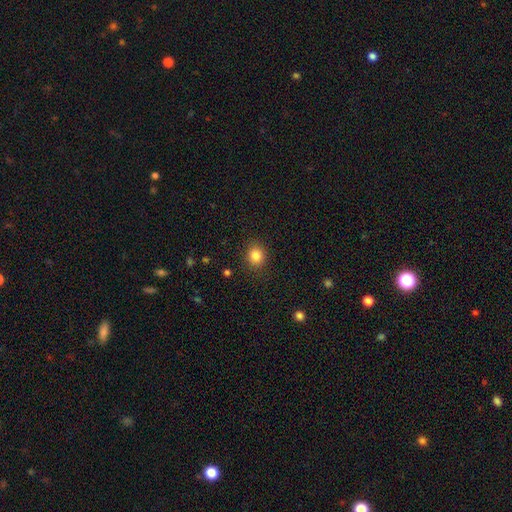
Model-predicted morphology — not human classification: Overall: smooth (85%). How rounded: round (78%). Merging: none (87%).